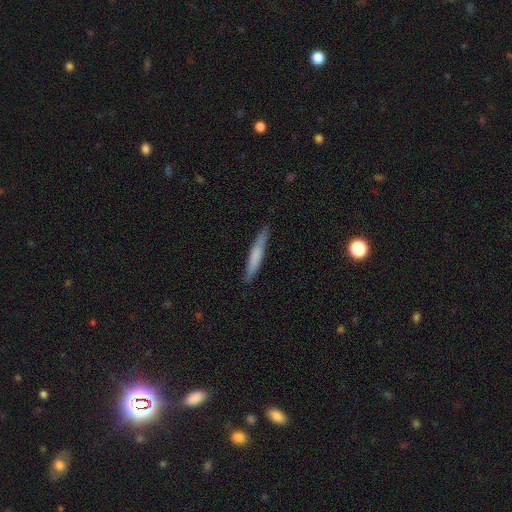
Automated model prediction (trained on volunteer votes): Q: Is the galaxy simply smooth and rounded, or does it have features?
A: smooth — 67%.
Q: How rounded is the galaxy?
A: cigar-shaped — 94%.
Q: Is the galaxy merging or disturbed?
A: none — 87%.